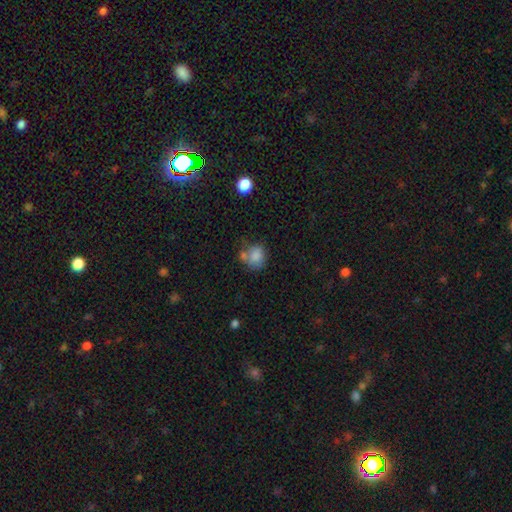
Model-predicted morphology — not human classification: Q: Smooth or featured?
A: smooth (81%); runner-up: star or artifact (10%)
Q: How rounded?
A: round (67%); runner-up: in between (32%)
Q: Merging?
A: none (46%); runner-up: merger (24%)